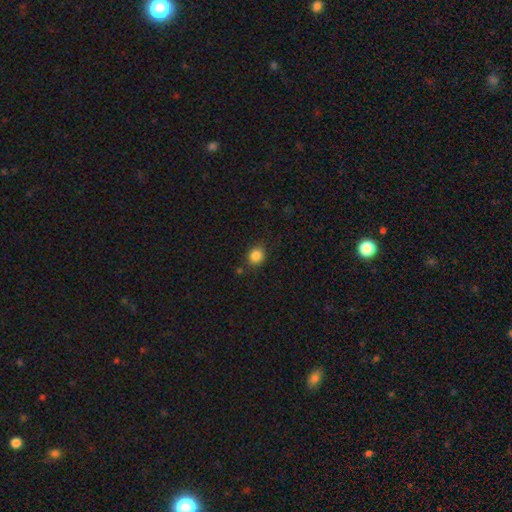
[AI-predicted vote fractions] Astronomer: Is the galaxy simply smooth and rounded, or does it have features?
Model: smooth — 85%.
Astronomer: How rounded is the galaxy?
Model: round — 74%.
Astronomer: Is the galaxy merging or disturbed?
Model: none — 82%.